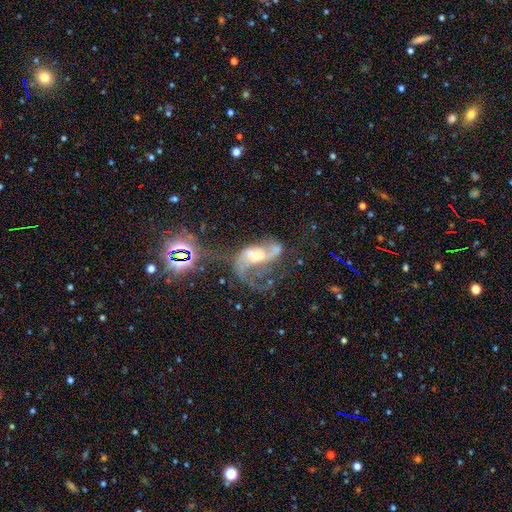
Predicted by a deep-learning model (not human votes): Smooth or featured? featured or disk (80%)
Edge-on disk? no (97%)
Bar? no (47%)
Spiral arms? yes (88%)
Spiral winding? loose (59%)
Spiral arm count? 2 (69%)
Bulge size? moderate (53%)
Merging? major disturbance (38%)